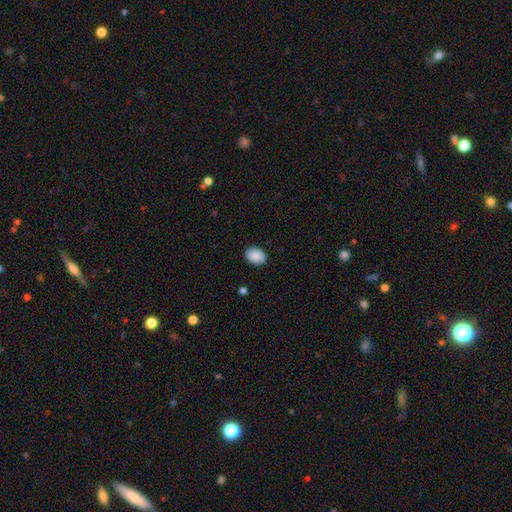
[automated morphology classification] This appears to be a smooth galaxy with no disk features (87%) that is in between round and cigar-shaped (68%). Merging: none (87%).